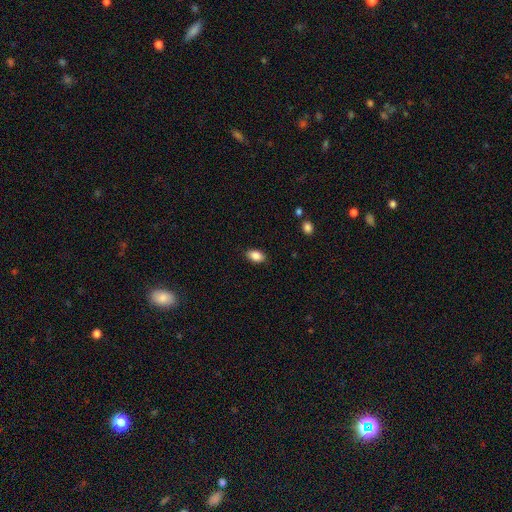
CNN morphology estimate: Smooth or featured? Predicted: smooth (p=0.87). How rounded? Predicted: in between (p=0.90). Merging? Predicted: none (p=0.86).